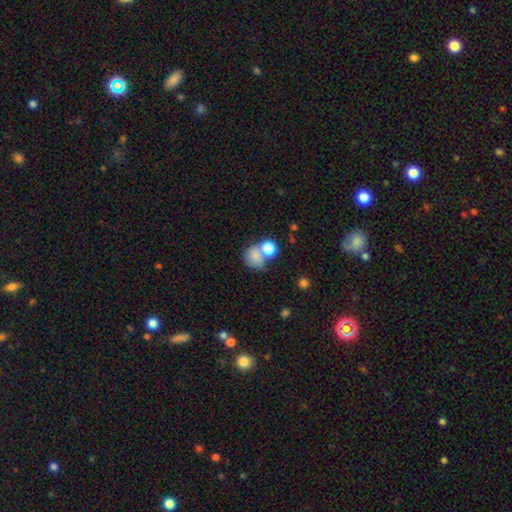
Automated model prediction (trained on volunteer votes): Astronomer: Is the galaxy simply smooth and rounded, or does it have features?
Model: smooth — 76%.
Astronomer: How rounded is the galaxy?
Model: round — 65%.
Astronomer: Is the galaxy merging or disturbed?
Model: merger — 43% (runner-up: none, 33%).